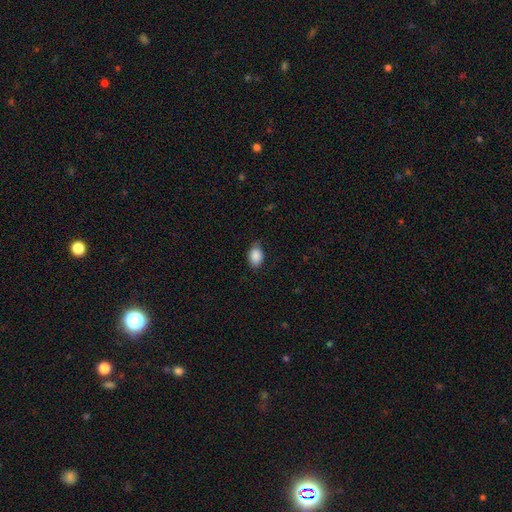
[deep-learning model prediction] Overall: smooth (88%). How rounded: in between (81%). Merging: none (72%).